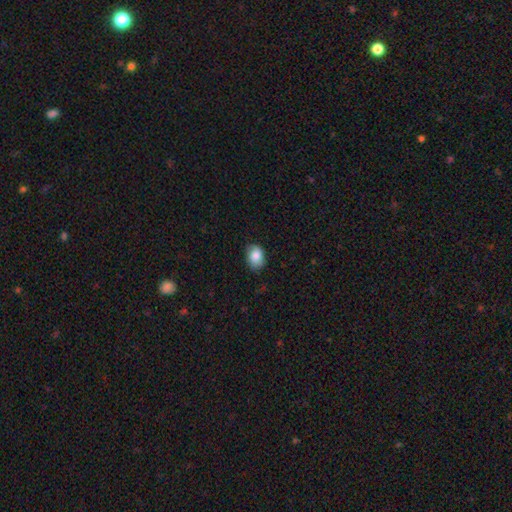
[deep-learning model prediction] smooth_or_featured: smooth (p=0.85) [alt: featured or disk p=0.08]
how_rounded: in between (p=0.74) [alt: round p=0.25]
merging: none (p=0.77) [alt: minor disturbance p=0.19]